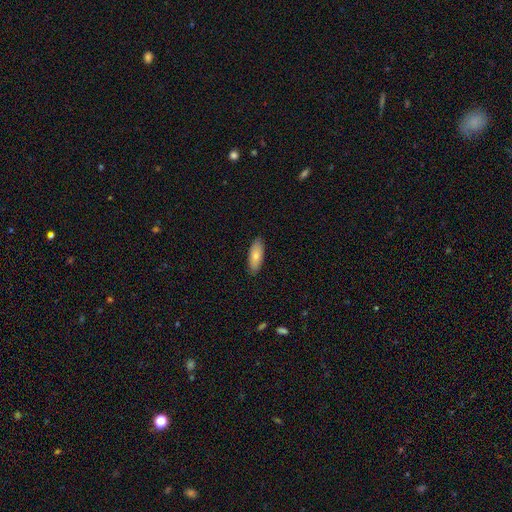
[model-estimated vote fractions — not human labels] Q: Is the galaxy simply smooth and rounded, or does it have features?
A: smooth — 78%.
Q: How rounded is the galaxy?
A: in between — 75%.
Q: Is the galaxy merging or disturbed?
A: none — 88%.